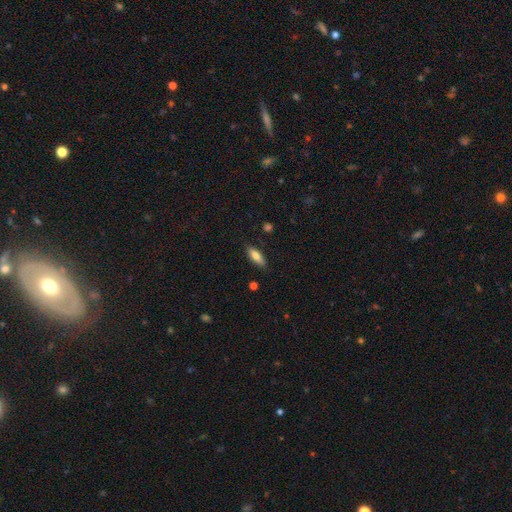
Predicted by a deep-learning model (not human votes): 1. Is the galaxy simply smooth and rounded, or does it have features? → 77% smooth, 17% featured or disk, 7% star or artifact.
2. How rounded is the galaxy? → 61% in between, 37% cigar-shaped, 2% round.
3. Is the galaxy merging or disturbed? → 83% none, 13% minor disturbance, 2% major disturbance, 1% merger.